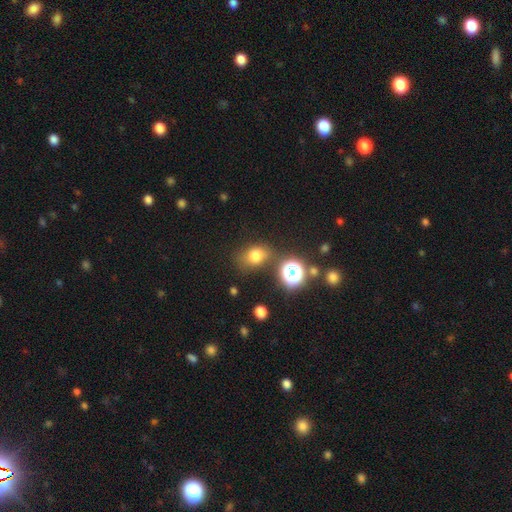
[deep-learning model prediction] Smooth or featured? Predicted: smooth (p=0.73). How rounded? Predicted: in between (p=0.56). Merging? Predicted: none (p=0.66).